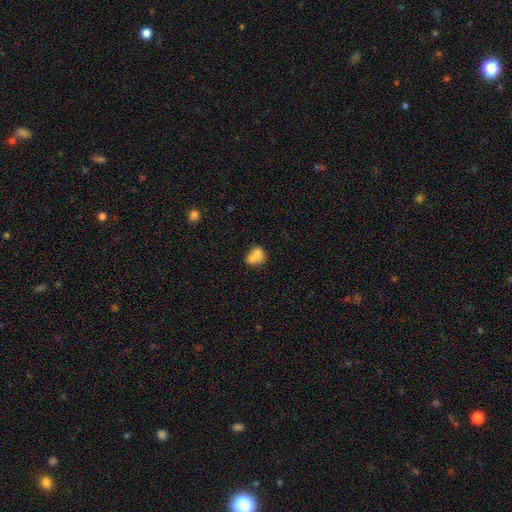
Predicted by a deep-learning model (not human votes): Overall: smooth (73%). How rounded: in between (52%; round 47%). Merging: merger (44%; none 35%).